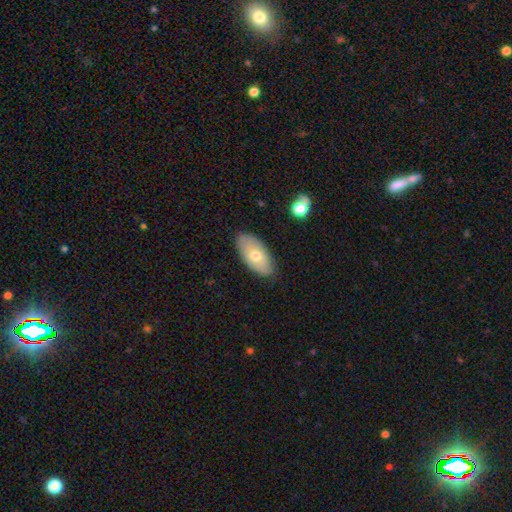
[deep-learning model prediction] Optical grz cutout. It shows a smooth galaxy with no disk features (63%) that is in between round and cigar-shaped (93%). Merging: none (82%).